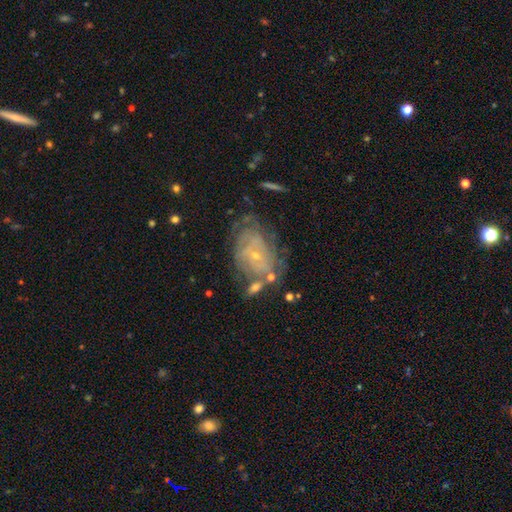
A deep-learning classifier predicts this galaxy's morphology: Overall: featured or disk (72%). Edge-on disk: no (96%). Bar: no (72%). Spiral arms: yes (82%). Spiral arm count: can't tell (56%; 2 16%). Spiral winding: tight (66%). Bulge size: small (77%). Merging: none (53%; minor disturbance 22%).